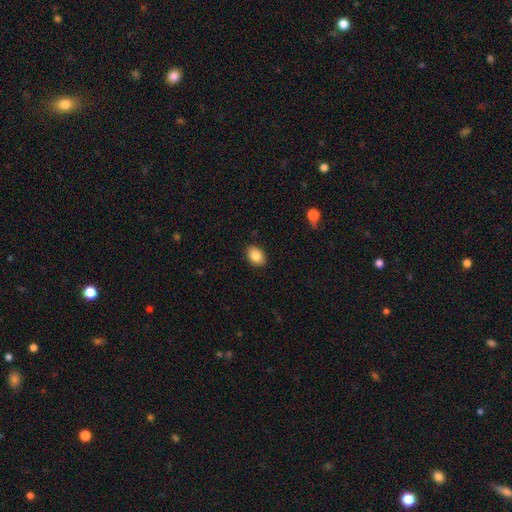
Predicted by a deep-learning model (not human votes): Smooth or featured? smooth (86%)
How rounded? in between (78%)
Merging? none (89%)